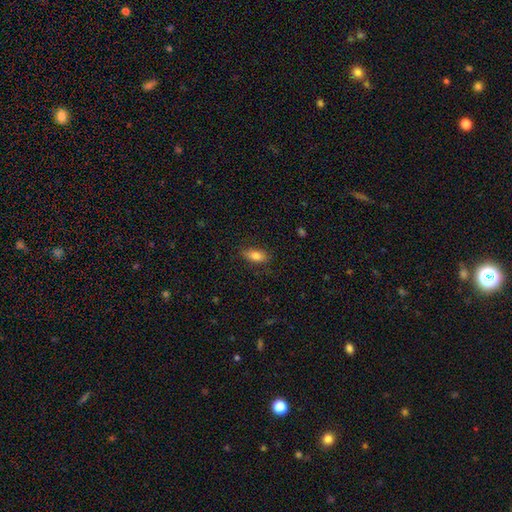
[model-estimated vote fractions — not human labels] smooth_or_featured: smooth (p=0.81) [alt: featured or disk p=0.11]
how_rounded: in between (p=0.85) [alt: cigar-shaped p=0.11]
merging: none (p=0.81) [alt: minor disturbance p=0.14]